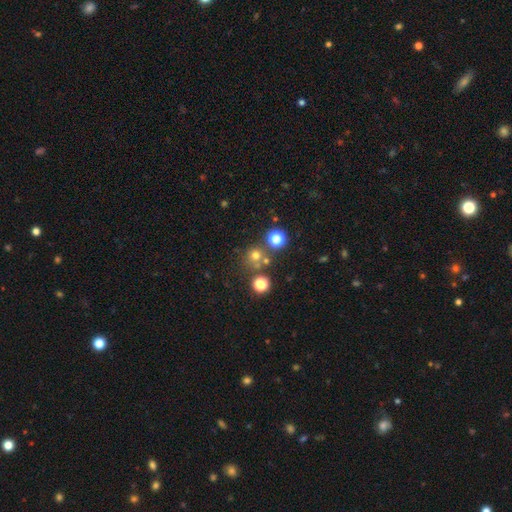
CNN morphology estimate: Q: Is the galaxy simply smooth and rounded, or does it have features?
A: smooth — 67%.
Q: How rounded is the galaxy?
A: round — 90%.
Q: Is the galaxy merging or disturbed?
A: none — 67%.